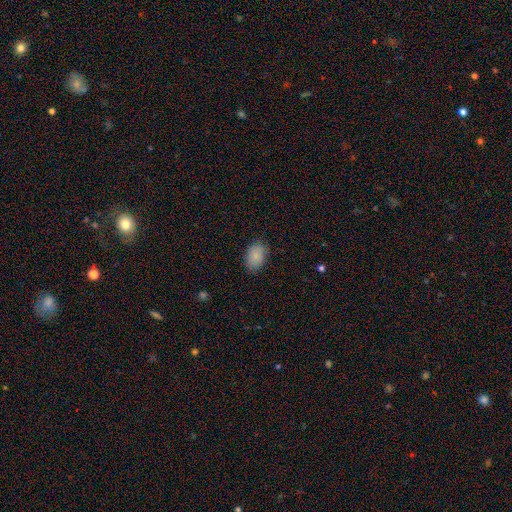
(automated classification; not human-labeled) Smooth or featured? smooth (87%)
How rounded? in between (86%)
Merging? none (84%)